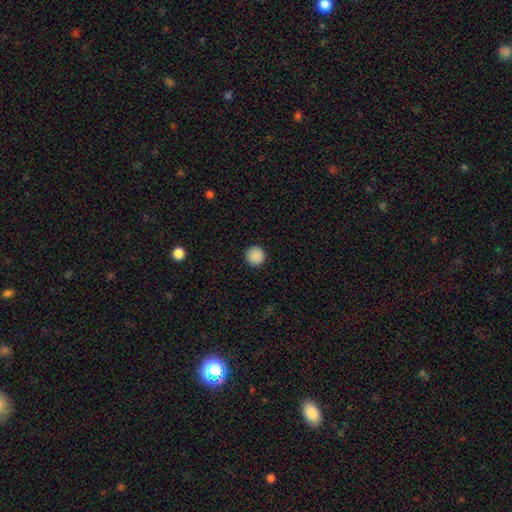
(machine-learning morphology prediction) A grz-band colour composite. It shows a smooth galaxy with no disk features (89%) that is round (96%). Merging: none (93%).